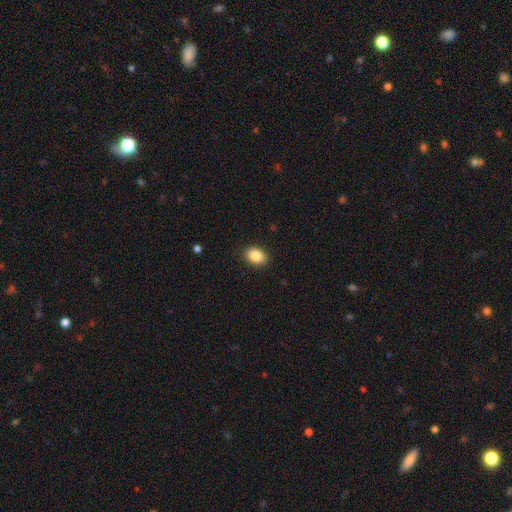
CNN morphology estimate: Smooth or featured?
  - smooth: 88% *
  - star or artifact: 8%
  - featured or disk: 4%
How rounded?
  - in between: 82% *
  - round: 17%
  - cigar-shaped: 1%
Merging?
  - none: 89% *
  - minor disturbance: 8%
  - major disturbance: 2%
  - merger: 1%